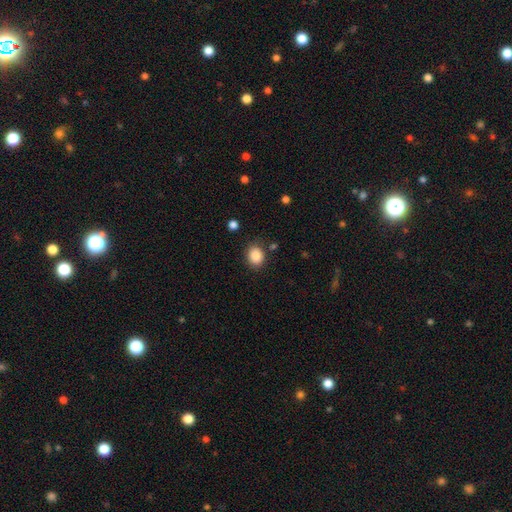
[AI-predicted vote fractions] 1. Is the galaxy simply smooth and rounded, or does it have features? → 88% smooth, 9% star or artifact, 3% featured or disk.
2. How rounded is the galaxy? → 54% round, 45% in between, 1% cigar-shaped.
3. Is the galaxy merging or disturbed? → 83% none, 11% minor disturbance, 4% major disturbance, 2% merger.